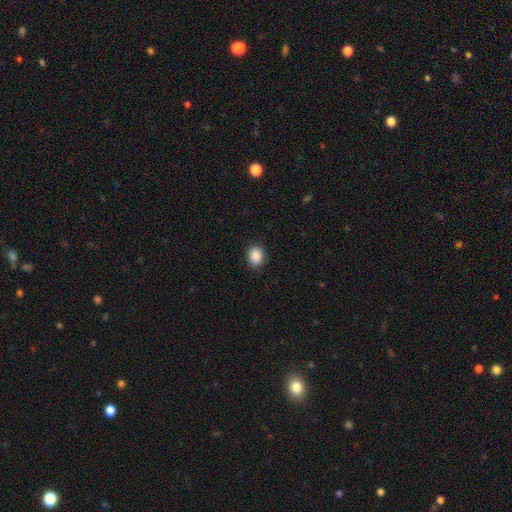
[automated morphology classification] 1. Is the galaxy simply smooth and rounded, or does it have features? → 89% smooth, 8% star or artifact, 3% featured or disk.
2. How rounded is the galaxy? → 54% round, 45% in between, 1% cigar-shaped.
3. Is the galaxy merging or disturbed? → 89% none, 8% minor disturbance, 2% major disturbance, 1% merger.